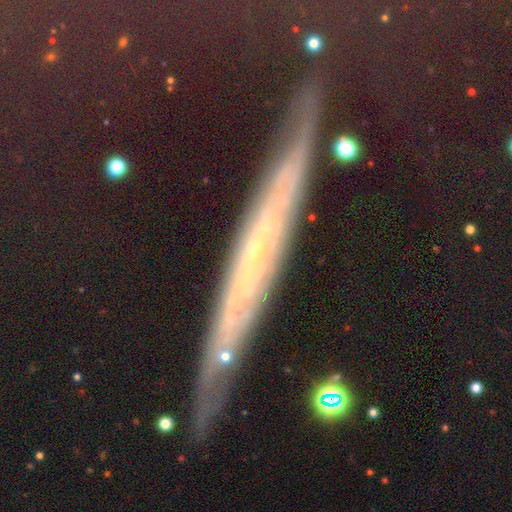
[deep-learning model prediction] featured or disk 48%, star or artifact 31%, smooth 22%. Down the decision tree: merging — none (80%).